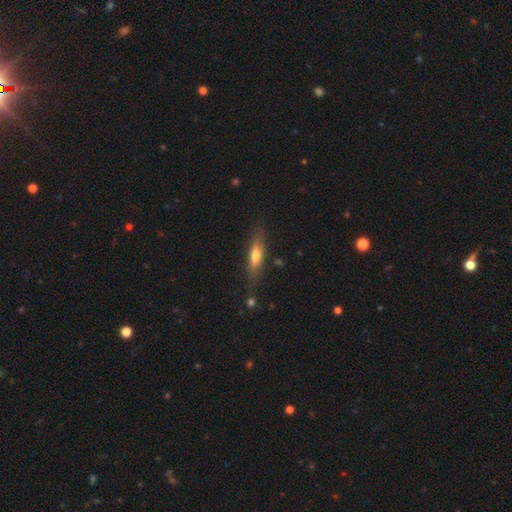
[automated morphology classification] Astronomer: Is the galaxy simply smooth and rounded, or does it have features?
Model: smooth — 59% (runner-up: featured or disk, 35%).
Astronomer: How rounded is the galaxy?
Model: cigar-shaped — 63%.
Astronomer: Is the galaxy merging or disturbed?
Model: none — 75%.